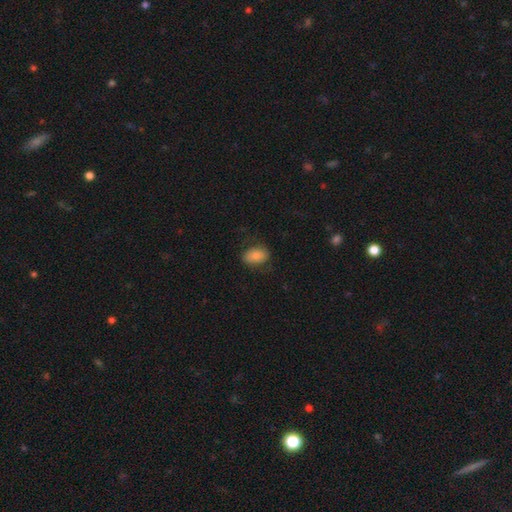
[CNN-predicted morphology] A smooth galaxy with no disk features (76%) that is in between round and cigar-shaped (80%). Merging: none (74%).